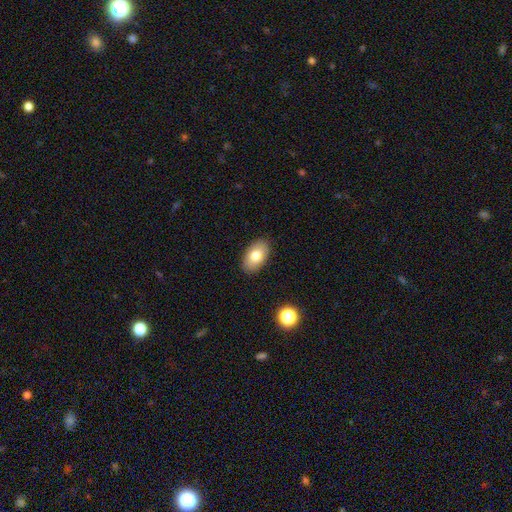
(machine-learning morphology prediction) Smooth or featured? Predicted: smooth (p=0.78). How rounded? Predicted: in between (p=0.92). Merging? Predicted: none (p=0.89).